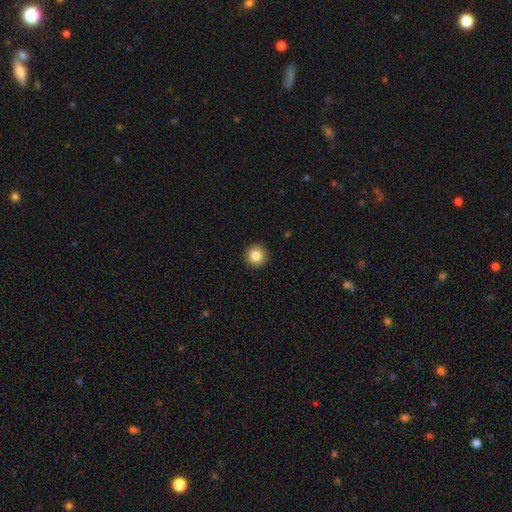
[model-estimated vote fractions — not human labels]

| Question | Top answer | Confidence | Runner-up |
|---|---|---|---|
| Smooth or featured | smooth | 84% | star or artifact (10%) |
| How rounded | round | 95% | in between (4%) |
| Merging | none | 93% | minor disturbance (4%) |